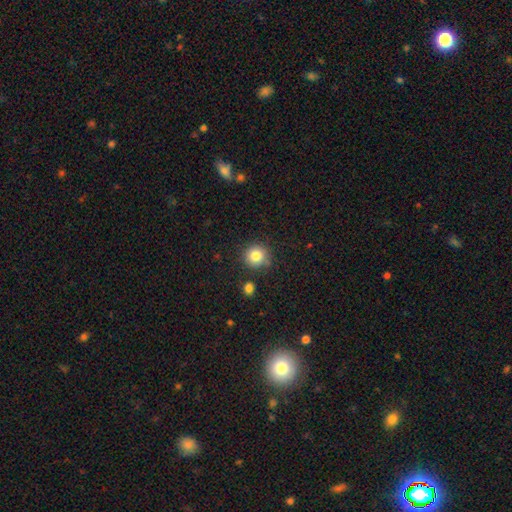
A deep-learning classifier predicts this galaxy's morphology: Q: Smooth or featured?
A: smooth (83%); runner-up: star or artifact (11%)
Q: How rounded?
A: round (93%); runner-up: in between (6%)
Q: Merging?
A: none (82%); runner-up: minor disturbance (11%)